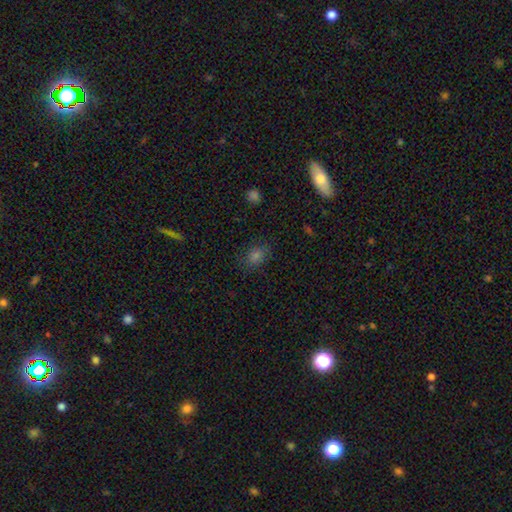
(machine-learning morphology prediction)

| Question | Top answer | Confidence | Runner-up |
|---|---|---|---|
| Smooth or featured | smooth | 70% | star or artifact (20%) |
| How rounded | in between | 66% | round (31%) |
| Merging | none | 82% | minor disturbance (13%) |